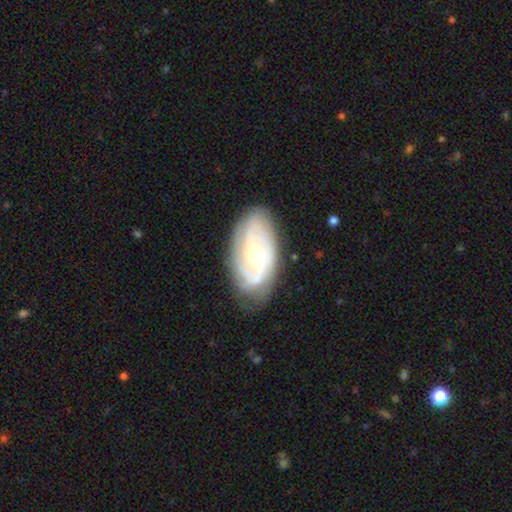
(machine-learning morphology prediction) Overall: featured or disk (75%). Edge-on disk: no (95%). Bar: no (73%). Spiral arms: yes (89%). Spiral arm count: can't tell (41%; 2 27%). Spiral winding: tight (61%; medium 30%). Bulge size: small (57%; moderate 39%). Merging: none (73%).